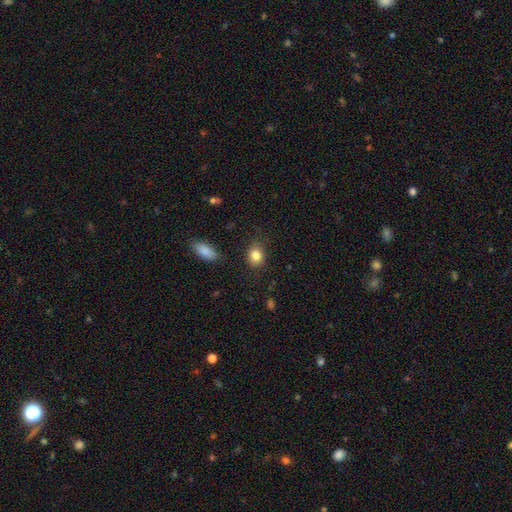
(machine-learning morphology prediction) Smooth or featured? smooth (84%)
How rounded? round (52%)
Merging? none (81%)